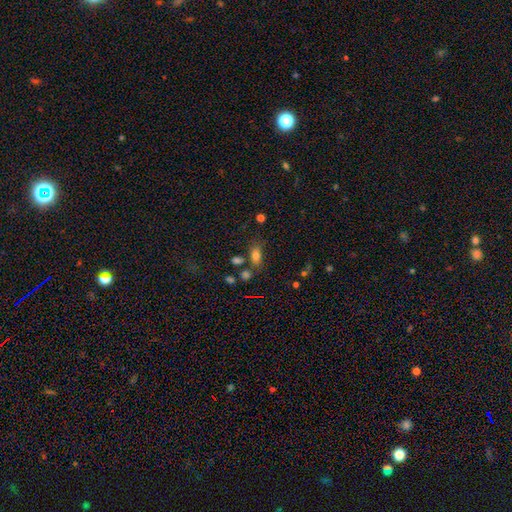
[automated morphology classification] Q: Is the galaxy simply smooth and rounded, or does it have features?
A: smooth — 76%.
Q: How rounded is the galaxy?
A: in between — 84%.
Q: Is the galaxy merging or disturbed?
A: none — 64%.